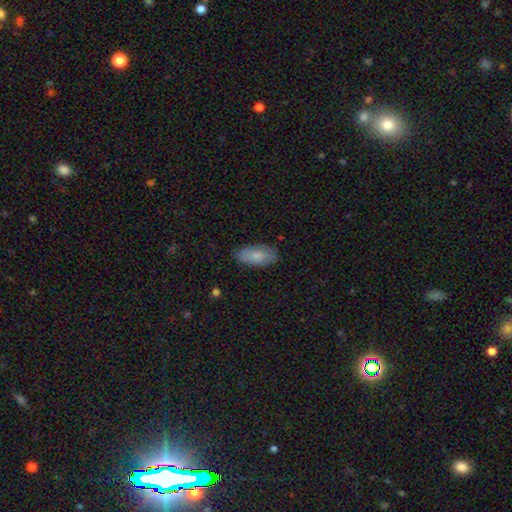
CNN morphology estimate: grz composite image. It shows a smooth galaxy with no disk features (83%) that is in between round and cigar-shaped (88%). Merging: none (82%).